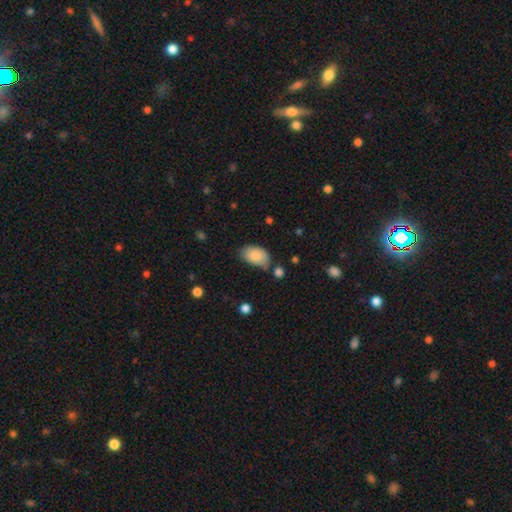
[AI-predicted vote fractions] A smooth galaxy with no disk features (84%) that is in between round and cigar-shaped (92%).

Vote fractions:
- Smooth or featured? smooth: 84% / featured or disk: 9% / star or artifact: 7%
- How rounded? in between: 92% / round: 7% / cigar-shaped: 1%
- Merging? none: 62% / minor disturbance: 26% / merger: 6% / major disturbance: 6%